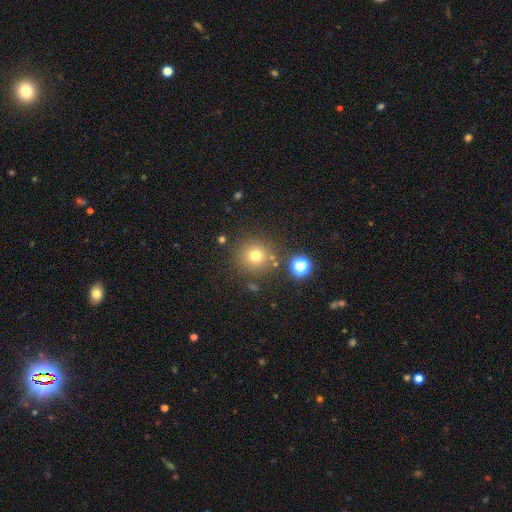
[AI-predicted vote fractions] This is likely a smooth galaxy (72%). How rounded: clearly round (94%). Merging: clearly none (83%).